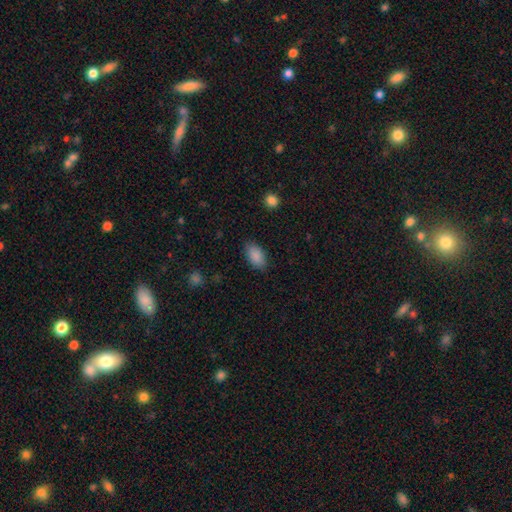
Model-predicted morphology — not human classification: Smooth or featured? Predicted: smooth (p=0.89). How rounded? Predicted: in between (p=0.93). Merging? Predicted: none (p=0.84).